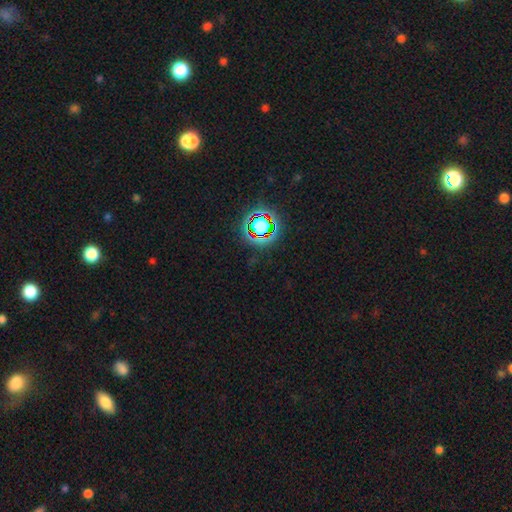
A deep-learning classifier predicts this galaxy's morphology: Smooth or featured: star or artifact — 78% (smooth — 13%)